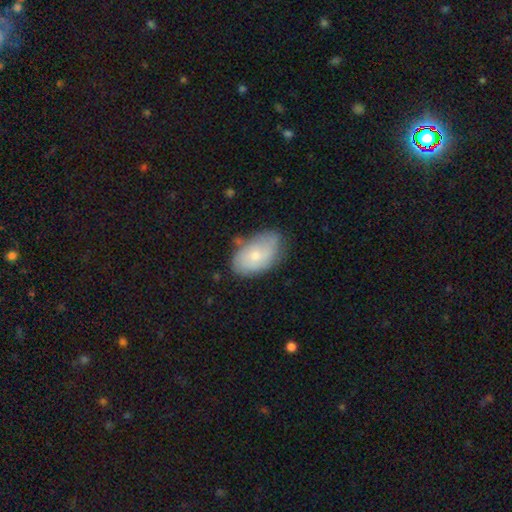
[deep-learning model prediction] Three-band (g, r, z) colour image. It shows a smooth galaxy with no disk features (60%) that is in between round and cigar-shaped (92%). Merging: none (62%).